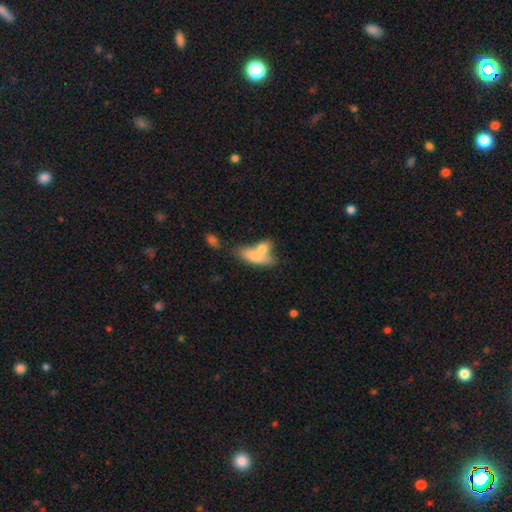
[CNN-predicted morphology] A smooth galaxy with no disk features (74%) that is in between round and cigar-shaped (72%). Merging: merger (51%).